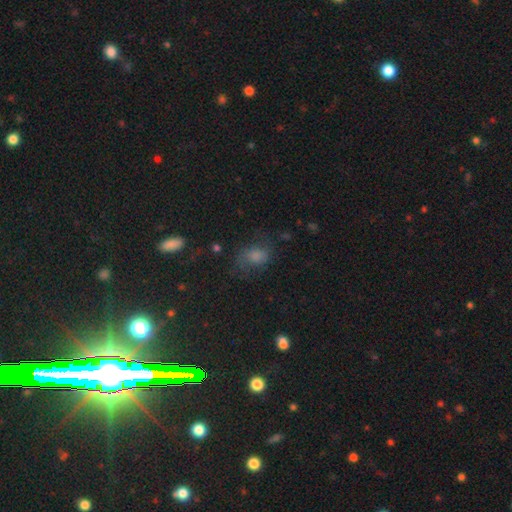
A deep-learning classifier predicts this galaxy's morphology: A smooth galaxy with no disk features (45%). Merging: none (59%).